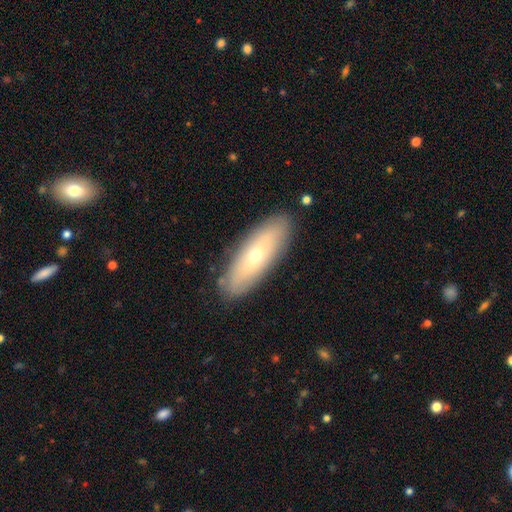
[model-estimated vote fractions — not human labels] Smooth or featured? smooth (54%)
How rounded? in between (59%)
Merging? none (86%)